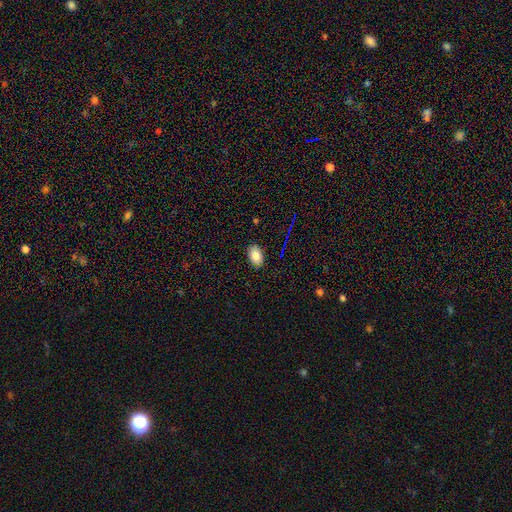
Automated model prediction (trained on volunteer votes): smooth_or_featured: smooth (p=0.84) [alt: star or artifact p=0.09]
how_rounded: in between (p=0.89) [alt: round p=0.10]
merging: none (p=0.88) [alt: minor disturbance p=0.09]